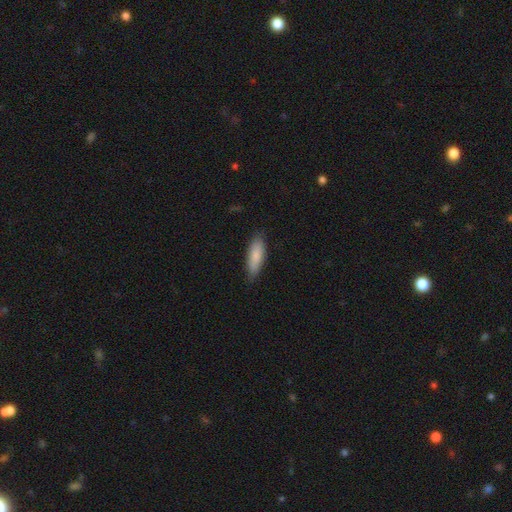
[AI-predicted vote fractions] Q: Smooth or featured?
A: smooth (84%); runner-up: featured or disk (10%)
Q: How rounded?
A: in between (58%); runner-up: cigar-shaped (40%)
Q: Merging?
A: none (81%); runner-up: minor disturbance (16%)